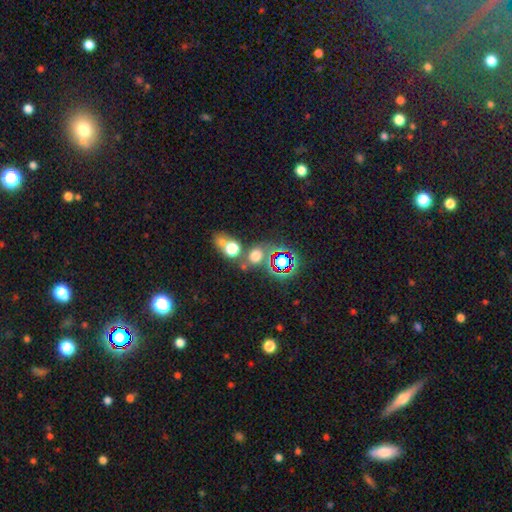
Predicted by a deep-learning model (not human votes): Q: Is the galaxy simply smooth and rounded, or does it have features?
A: smooth — 54%.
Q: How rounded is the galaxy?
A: round — 71%.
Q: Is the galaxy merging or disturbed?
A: none — 63%.